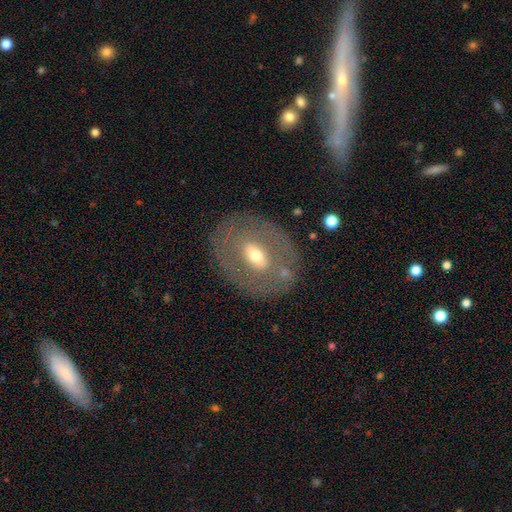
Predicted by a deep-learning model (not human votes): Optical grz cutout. It shows a featured or disk galaxy (58%) with a weak bar (37%), no spiral arms (83%) and a moderate central bulge (61%). Merging: none (79%).